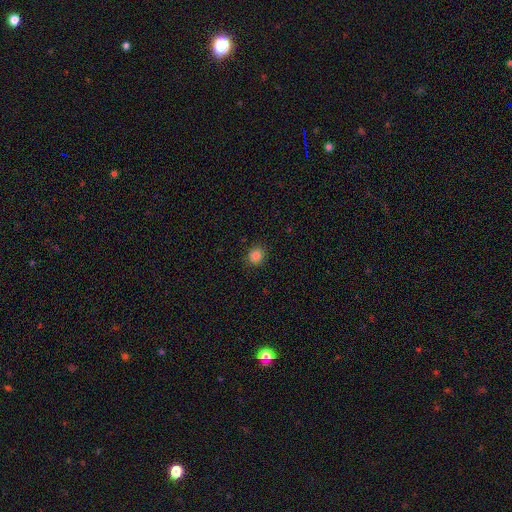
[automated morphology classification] A smooth galaxy with no disk features (85%) that is round (83%). Merging: none (89%).